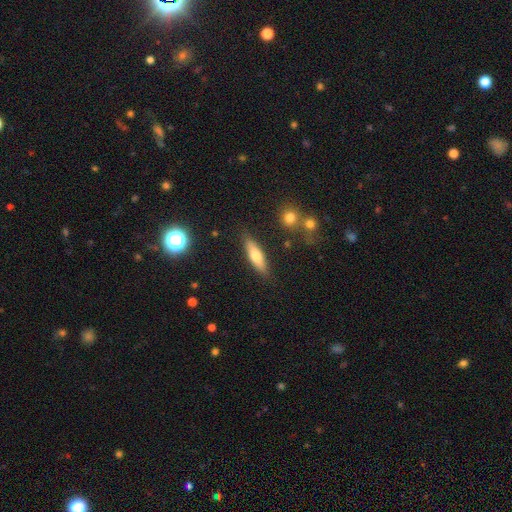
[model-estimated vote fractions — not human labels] Smooth or featured?
  - smooth: 61% *
  - featured or disk: 31%
  - star or artifact: 7%
How rounded?
  - cigar-shaped: 64% *
  - in between: 34%
  - round: 2%
Merging?
  - none: 83% *
  - minor disturbance: 11%
  - merger: 3%
  - major disturbance: 3%